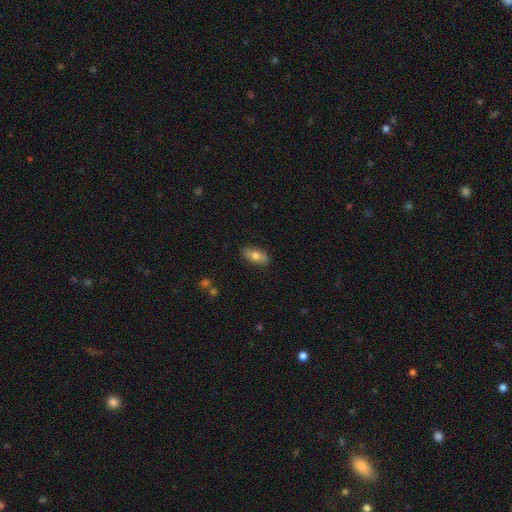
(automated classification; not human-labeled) A smooth galaxy with no disk features (71%) that is in between round and cigar-shaped (86%).

Vote fractions:
- Smooth or featured? smooth: 71% / featured or disk: 22% / star or artifact: 7%
- How rounded? in between: 86% / cigar-shaped: 10% / round: 4%
- Merging? none: 87% / minor disturbance: 10% / major disturbance: 2% / merger: 1%